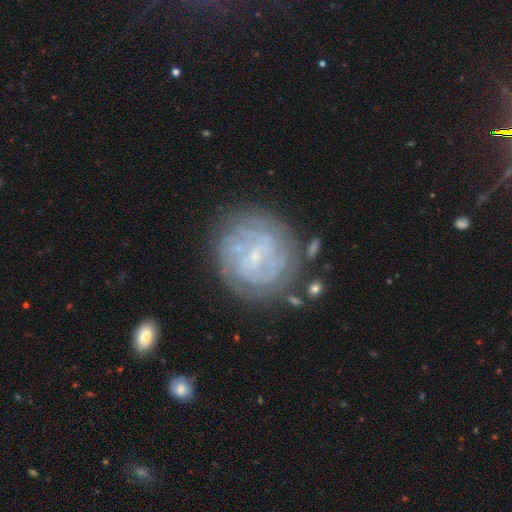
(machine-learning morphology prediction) smooth-or-featured: featured or disk: 72% | smooth: 20% | star or artifact: 8%
  disk-edge-on: no: 97% | yes: 3%
    bar: weak: 44% | no: 42% | strong: 14%
    has-spiral-arms: yes: 77% | no: 23%
      spiral-winding: tight: 71% | medium: 21% | loose: 8%
      spiral-arm-count: can't tell: 53% | 2: 14% | 4: 12% | 3: 11% | more than 4: 6% | 1: 5%
    bulge-size: small: 75% | none: 14% | moderate: 9% | large: 1% | dominant: 1%
  merging: none: 72% | minor disturbance: 16% | major disturbance: 8% | merger: 4%